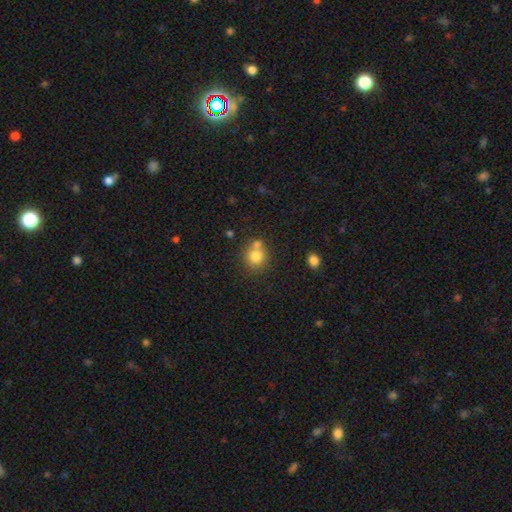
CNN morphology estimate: type=smooth (79%); roundness=round (85%); merging=none (56%).